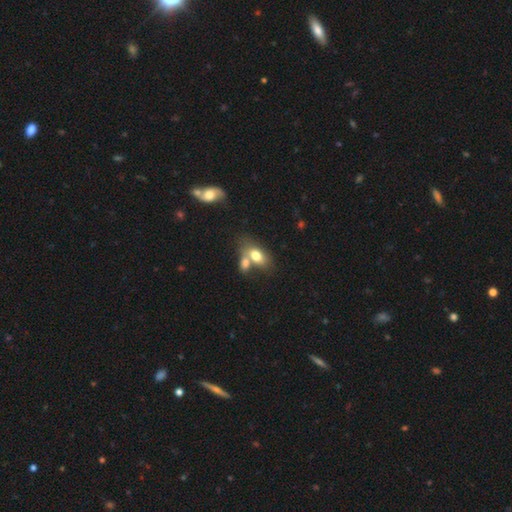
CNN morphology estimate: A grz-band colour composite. It shows a smooth galaxy with no disk features (74%) that is in between round and cigar-shaped (86%). Merging: merger (50%).